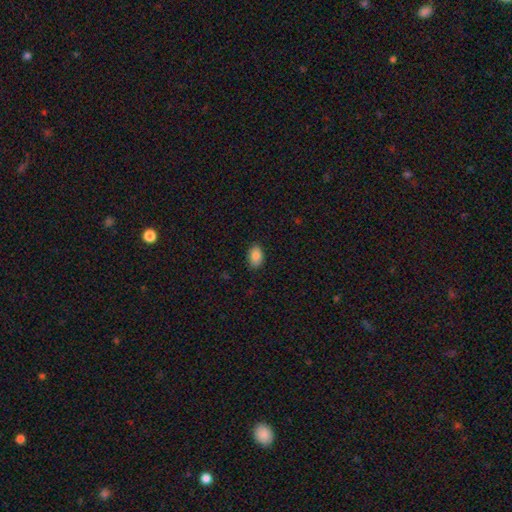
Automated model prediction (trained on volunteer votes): smooth 87%, star or artifact 8%, featured or disk 5%. Down the decision tree: how rounded — in between (86%); merging — none (87%).